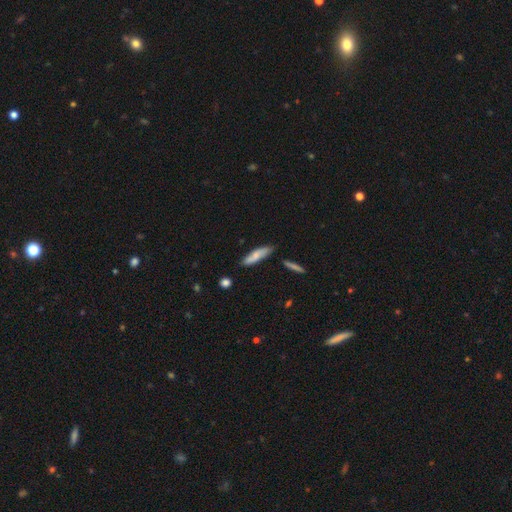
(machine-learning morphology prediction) This appears to be a smooth galaxy with no disk features (69%) that is cigar-shaped (66%). Merging: none (76%).